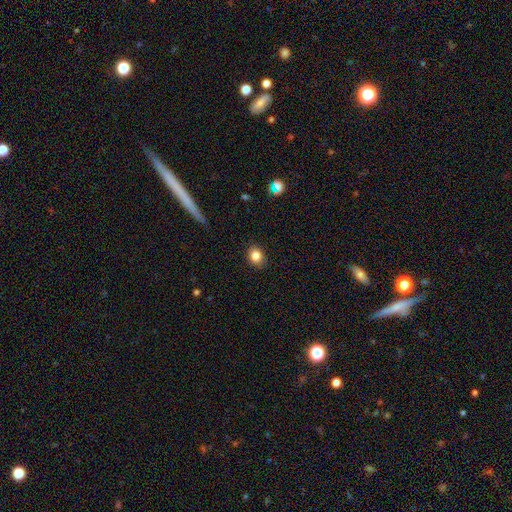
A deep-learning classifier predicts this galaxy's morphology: smooth_or_featured: smooth (p=0.84) [alt: star or artifact p=0.10]
how_rounded: round (p=0.58) [alt: in between p=0.41]
merging: none (p=0.89) [alt: minor disturbance p=0.08]